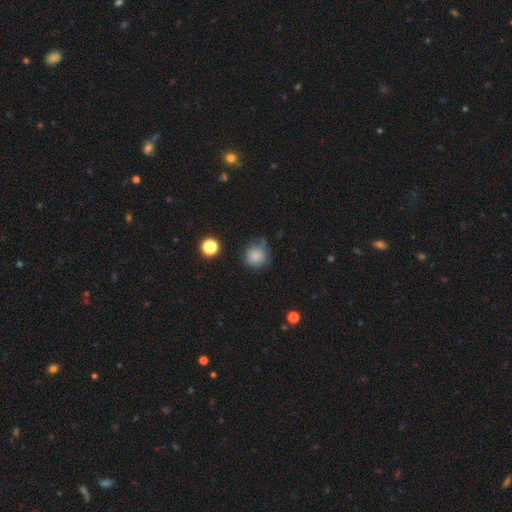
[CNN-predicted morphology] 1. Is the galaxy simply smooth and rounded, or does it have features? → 82% smooth, 11% star or artifact, 7% featured or disk.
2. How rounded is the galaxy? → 89% round, 10% in between, 1% cigar-shaped.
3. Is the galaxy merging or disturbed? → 63% none, 26% minor disturbance, 7% major disturbance, 5% merger.